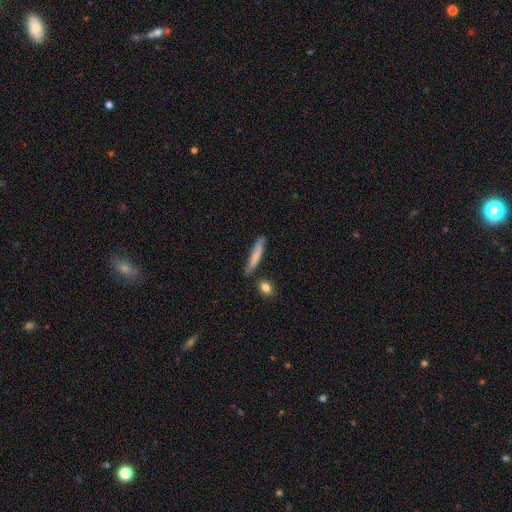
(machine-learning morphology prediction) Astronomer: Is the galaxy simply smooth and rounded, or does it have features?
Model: smooth — 71%.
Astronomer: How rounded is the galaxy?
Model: cigar-shaped — 91%.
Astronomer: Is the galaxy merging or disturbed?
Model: none — 71%.